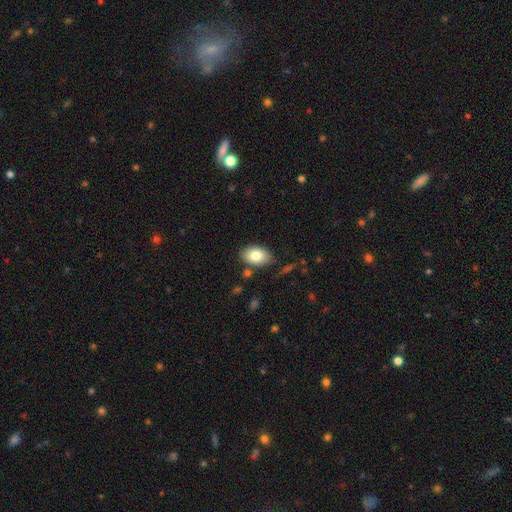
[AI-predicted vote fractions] smooth-or-featured: smooth: 81% | featured or disk: 12% | star or artifact: 7%
  how-rounded: in between: 89% | round: 10% | cigar-shaped: 1%
  merging: none: 81% | minor disturbance: 12% | merger: 4% | major disturbance: 3%